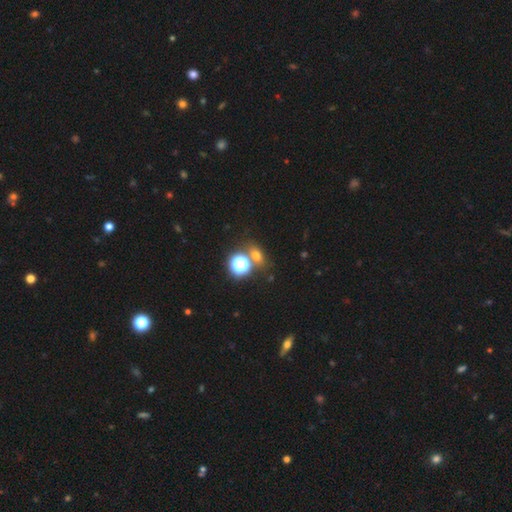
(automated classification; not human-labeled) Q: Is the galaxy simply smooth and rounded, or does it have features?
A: smooth — 62%.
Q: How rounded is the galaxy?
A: round — 50%.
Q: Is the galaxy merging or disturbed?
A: none — 69%.